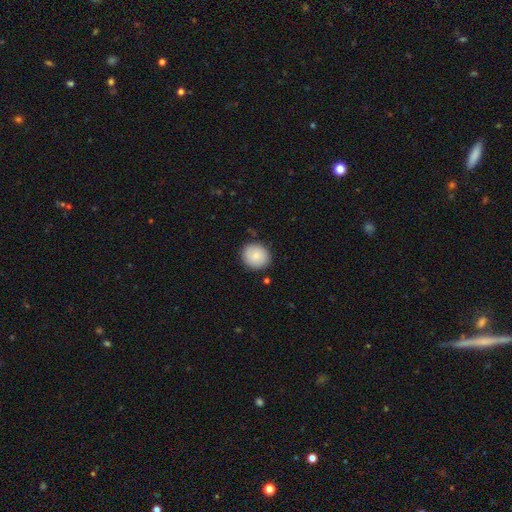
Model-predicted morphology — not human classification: This is clearly a smooth galaxy (84%). How rounded: clearly round (85%). Merging: clearly none (87%).